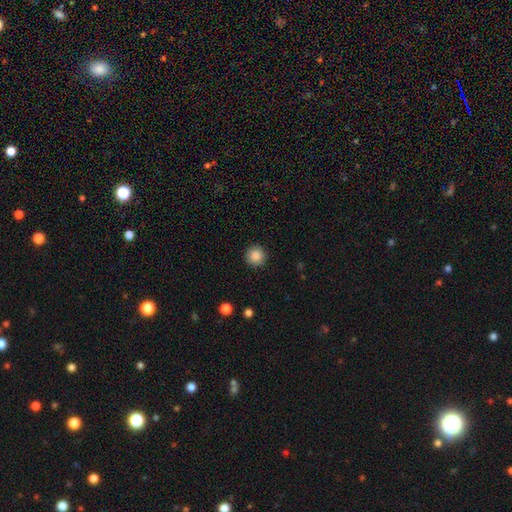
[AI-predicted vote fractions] Smooth or featured? smooth (88%)
How rounded? round (95%)
Merging? none (92%)